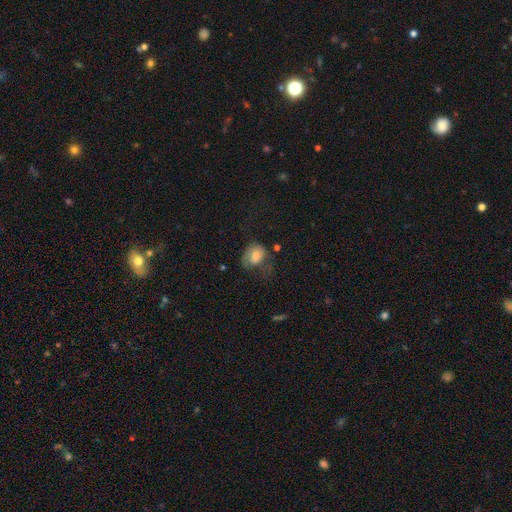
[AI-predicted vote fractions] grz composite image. It shows a smooth galaxy with no disk features (71%) that is in between round and cigar-shaped (61%). Merging: none (35%).